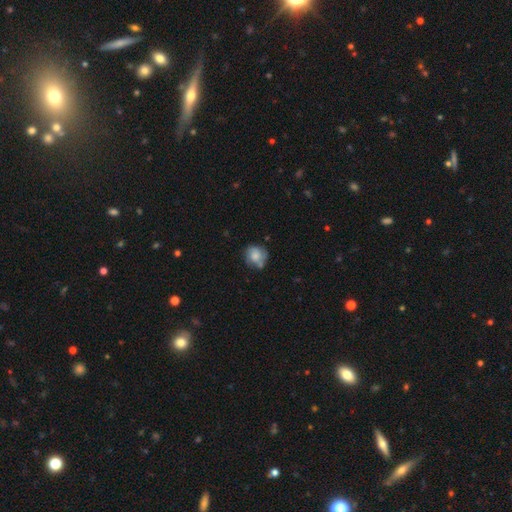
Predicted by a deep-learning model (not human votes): Q: Smooth or featured?
A: smooth (65%); runner-up: featured or disk (27%)
Q: How rounded?
A: round (78%); runner-up: in between (21%)
Q: Merging?
A: none (60%); runner-up: minor disturbance (26%)